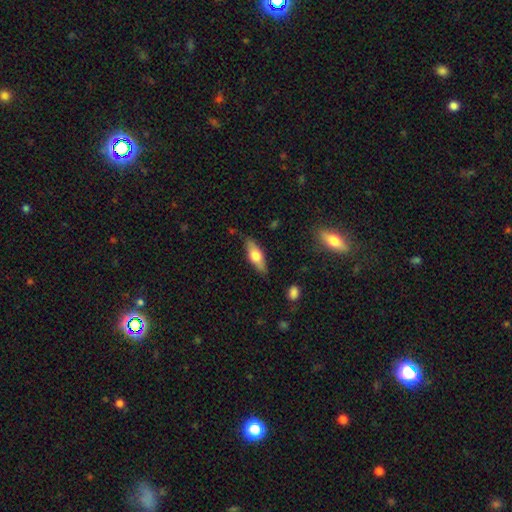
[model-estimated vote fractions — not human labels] A smooth galaxy with no disk features (55%) that is in between round and cigar-shaped (59%).

Vote fractions:
- Smooth or featured? smooth: 55% / featured or disk: 39% / star or artifact: 6%
- How rounded? in between: 59% / cigar-shaped: 38% / round: 3%
- Merging? none: 80% / minor disturbance: 15% / major disturbance: 3% / merger: 2%